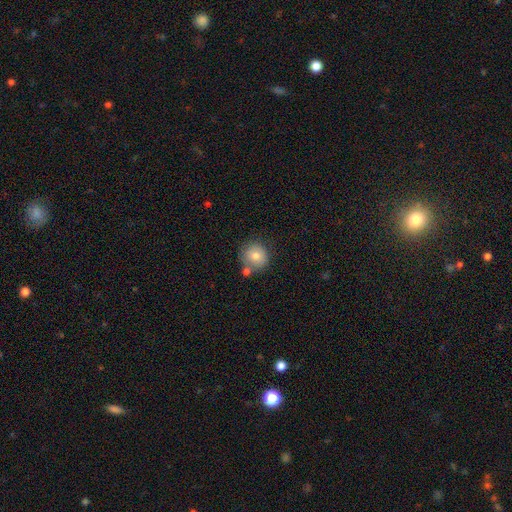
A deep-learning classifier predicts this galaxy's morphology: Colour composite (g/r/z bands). It shows a smooth galaxy with no disk features (79%) that is round (89%). Merging: none (65%).